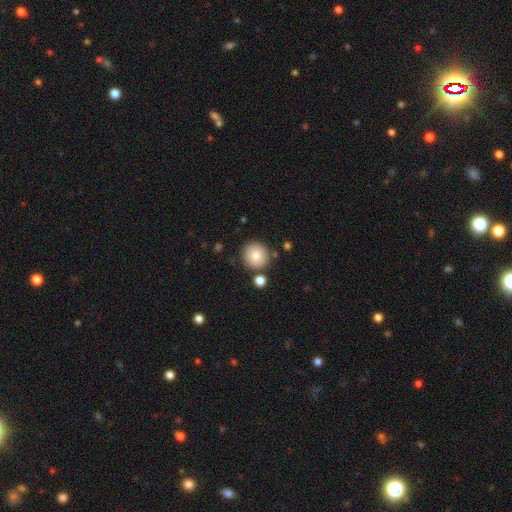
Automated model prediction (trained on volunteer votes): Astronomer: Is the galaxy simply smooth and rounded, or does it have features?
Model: smooth — 81%.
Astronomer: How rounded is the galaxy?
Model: round — 94%.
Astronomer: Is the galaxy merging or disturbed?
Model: none — 84%.